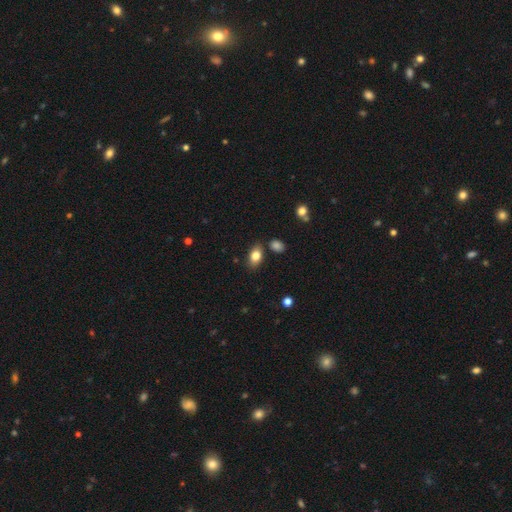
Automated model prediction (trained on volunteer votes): This is clearly a smooth galaxy (81%). How rounded: clearly in between (86%). Merging: likely none (80%).